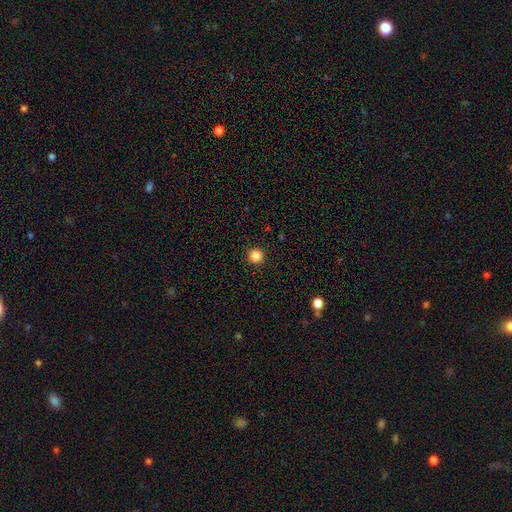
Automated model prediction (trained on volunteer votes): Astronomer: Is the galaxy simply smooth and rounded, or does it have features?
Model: smooth — 85%.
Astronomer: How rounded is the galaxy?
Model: round — 96%.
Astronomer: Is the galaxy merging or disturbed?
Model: none — 93%.